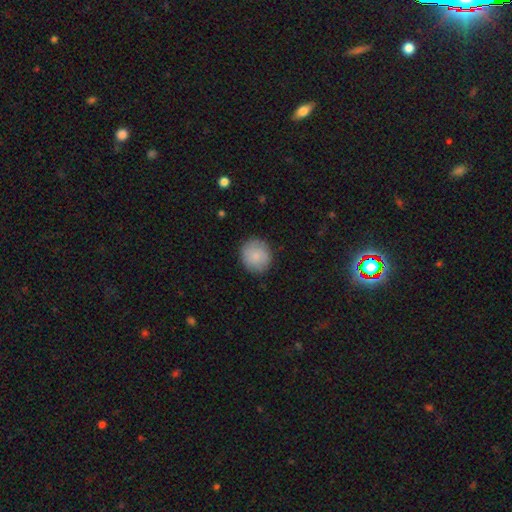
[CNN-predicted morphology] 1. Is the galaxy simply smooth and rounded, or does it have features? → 85% smooth, 9% featured or disk, 6% star or artifact.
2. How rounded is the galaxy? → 90% round, 9% in between, 1% cigar-shaped.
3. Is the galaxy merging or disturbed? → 87% none, 10% minor disturbance, 2% major disturbance, 1% merger.